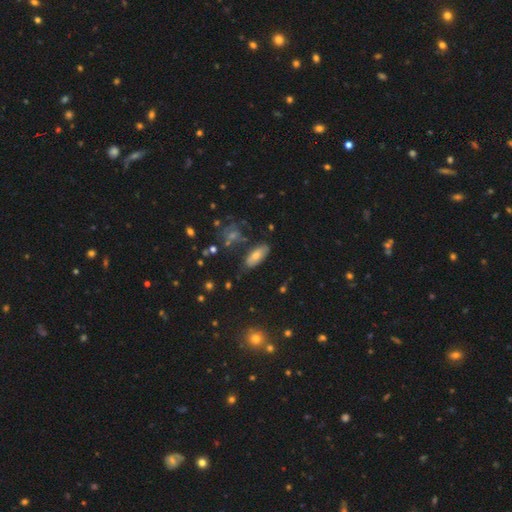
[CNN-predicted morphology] A smooth galaxy with no disk features (65%) that is in between round and cigar-shaped (81%).

Vote fractions:
- Smooth or featured? smooth: 65% / featured or disk: 22% / star or artifact: 13%
- How rounded? in between: 81% / cigar-shaped: 16% / round: 4%
- Merging? none: 73% / minor disturbance: 18% / major disturbance: 5% / merger: 4%